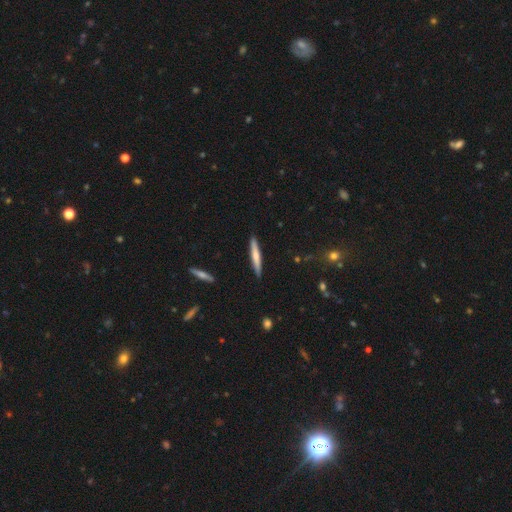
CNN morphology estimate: Overall: smooth (61%; featured or disk 34%). How rounded: cigar-shaped (94%). Merging: none (90%).